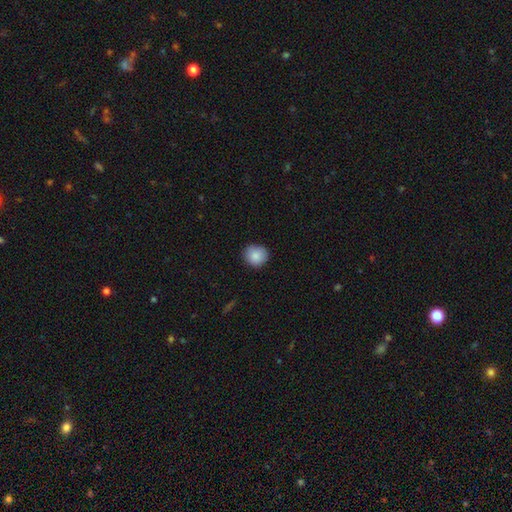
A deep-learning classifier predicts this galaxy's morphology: The model was most divided on "how rounded": round: 88%, in between: 11%, cigar-shaped: 1%. More confident: merging — none (87%); smooth or featured — smooth (87%).